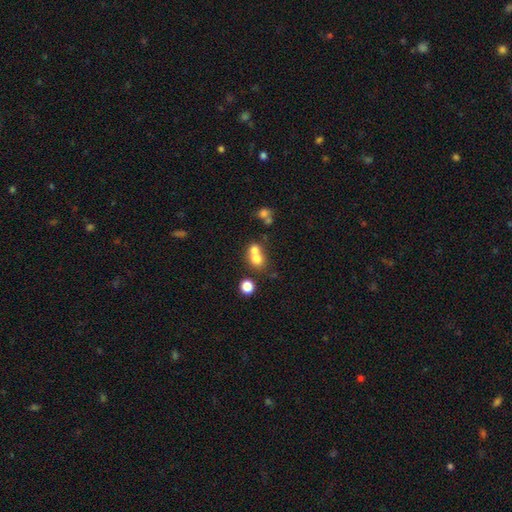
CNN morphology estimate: Smooth or featured? Predicted: smooth (p=0.70). How rounded? Predicted: round (p=0.70). Merging? Predicted: merger (p=0.62).